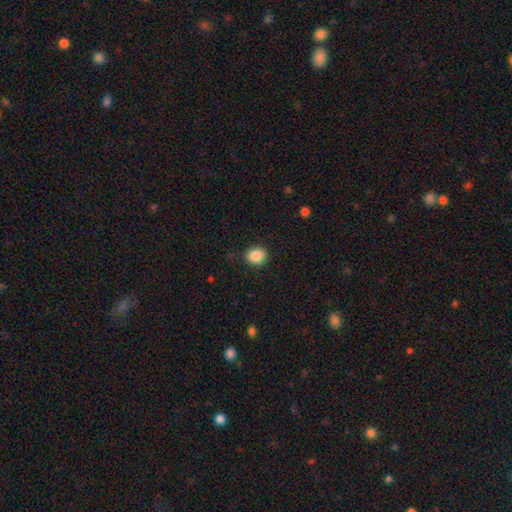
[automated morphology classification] Smooth or featured? Predicted: smooth (p=0.87). How rounded? Predicted: round (p=0.73). Merging? Predicted: none (p=0.83).